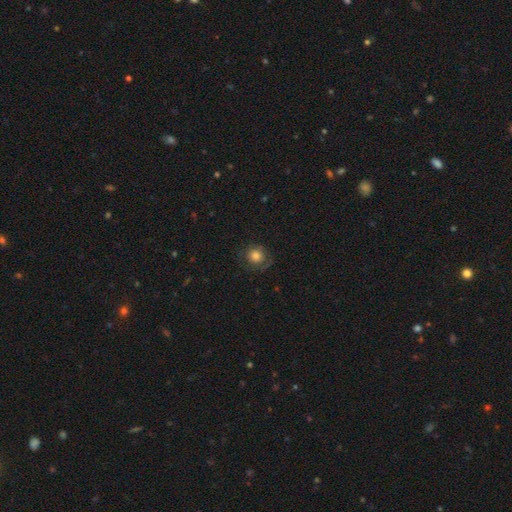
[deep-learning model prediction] This is likely a smooth galaxy (74%). How rounded: clearly round (89%). Merging: likely none (72%).